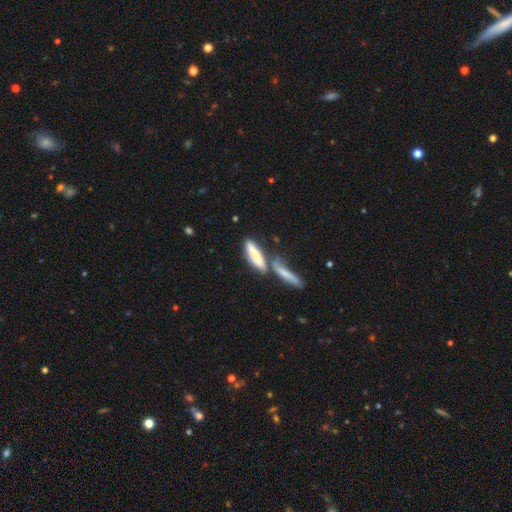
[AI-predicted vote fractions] smooth-or-featured: smooth: 71% | featured or disk: 23% | star or artifact: 7%
  how-rounded: cigar-shaped: 69% | in between: 29% | round: 2%
  merging: merger: 45% | none: 38% | minor disturbance: 12% | major disturbance: 5%